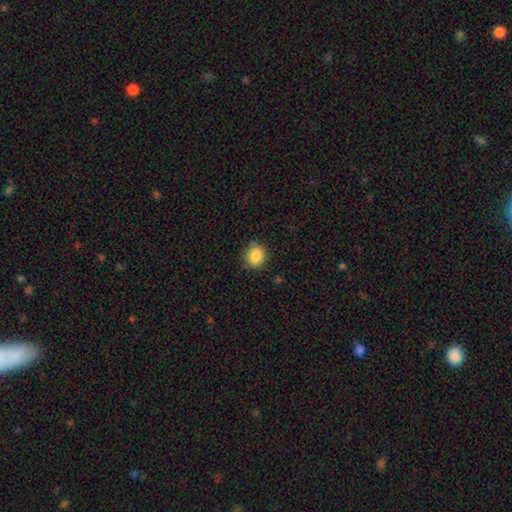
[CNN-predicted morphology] Overall: smooth (85%). How rounded: round (76%). Merging: none (79%).